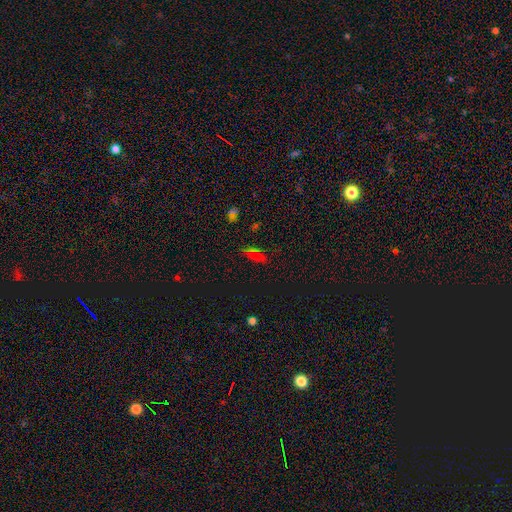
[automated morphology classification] Smooth or featured?
  - smooth: 51% *
  - star or artifact: 38%
  - featured or disk: 11%
How rounded?
  - in between: 64% *
  - cigar-shaped: 27%
  - round: 10%
Merging?
  - none: 76% *
  - minor disturbance: 15%
  - major disturbance: 6%
  - merger: 4%